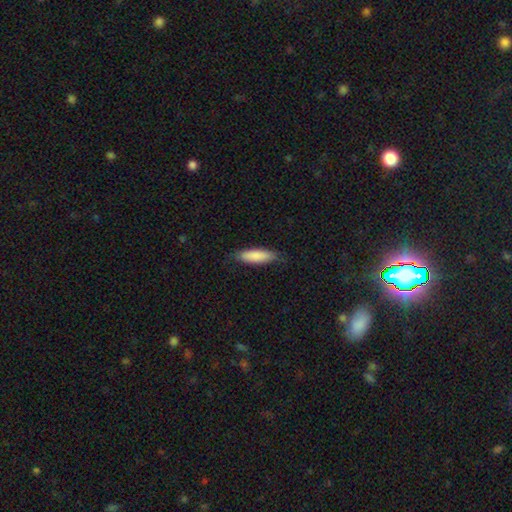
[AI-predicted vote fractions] This appears to be a smooth galaxy with no disk features (85%) that is cigar-shaped (56%). Merging: none (80%).